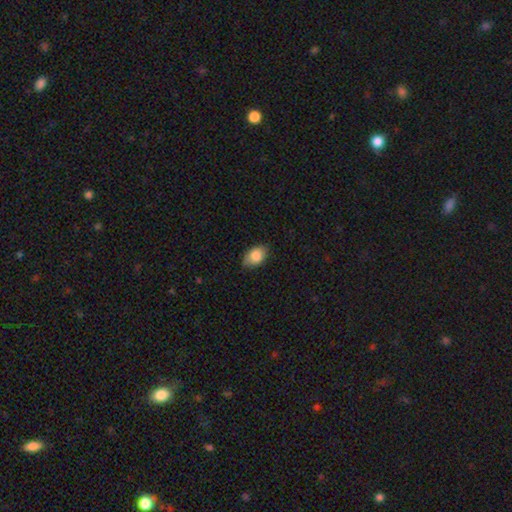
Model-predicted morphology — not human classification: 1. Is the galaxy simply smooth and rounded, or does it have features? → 84% smooth, 9% featured or disk, 7% star or artifact.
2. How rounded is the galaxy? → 88% in between, 10% round, 2% cigar-shaped.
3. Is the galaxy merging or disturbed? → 79% none, 17% minor disturbance, 3% major disturbance, 1% merger.